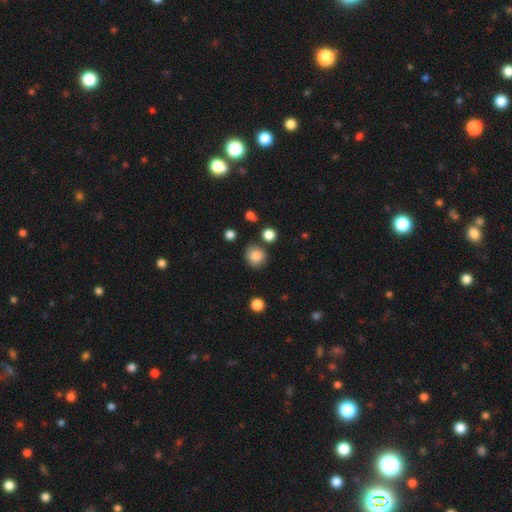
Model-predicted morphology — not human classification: smooth 84%, star or artifact 10%, featured or disk 6%. Down the decision tree: how rounded — round (83%); merging — none (80%).